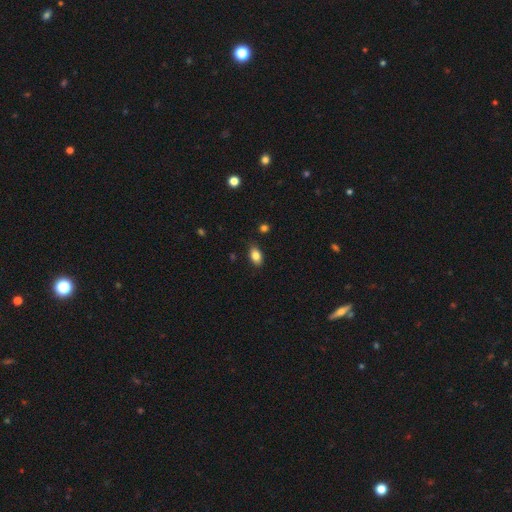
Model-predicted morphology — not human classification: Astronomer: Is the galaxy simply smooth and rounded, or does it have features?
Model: smooth — 83%.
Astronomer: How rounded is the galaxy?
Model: in between — 87%.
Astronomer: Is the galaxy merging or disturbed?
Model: none — 81%.